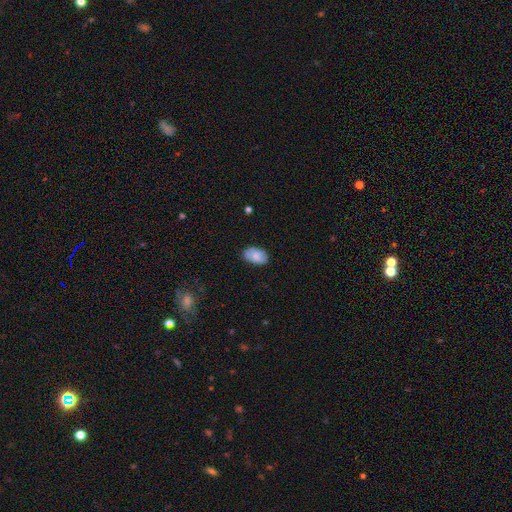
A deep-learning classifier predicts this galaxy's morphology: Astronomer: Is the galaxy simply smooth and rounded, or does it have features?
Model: smooth — 73%.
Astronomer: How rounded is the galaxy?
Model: in between — 91%.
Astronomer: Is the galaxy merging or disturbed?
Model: none — 76%.